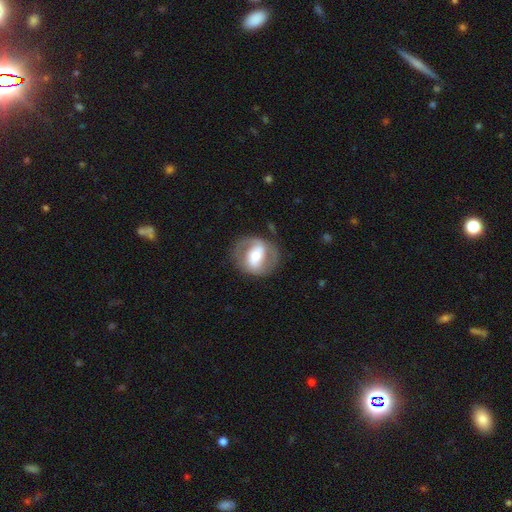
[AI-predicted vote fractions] A featured or disk galaxy (69%) with a strong bar (42%), spiral arms (69%) and a moderate central bulge (62%). Merging: none (75%).